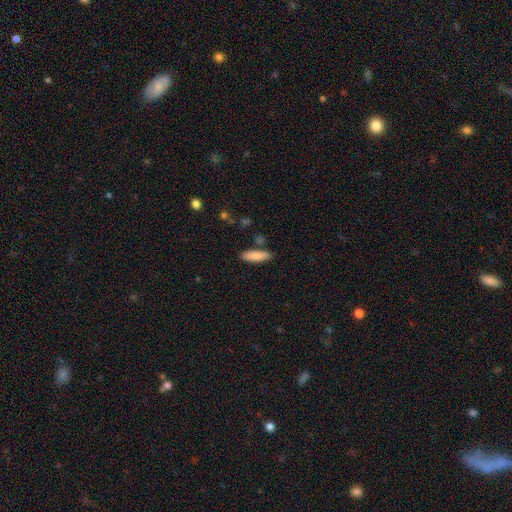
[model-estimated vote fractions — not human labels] A smooth galaxy with no disk features (86%) that is cigar-shaped (55%).

Vote fractions:
- Smooth or featured? smooth: 86% / featured or disk: 8% / star or artifact: 6%
- How rounded? cigar-shaped: 55% / in between: 43% / round: 2%
- Merging? none: 83% / minor disturbance: 10% / merger: 4% / major disturbance: 2%